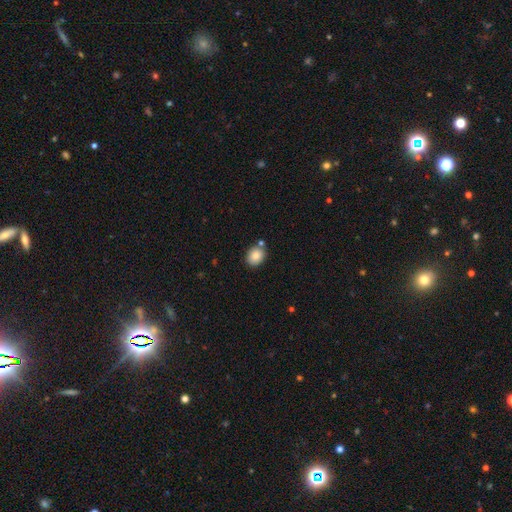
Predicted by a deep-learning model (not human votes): Smooth or featured? smooth (86%)
How rounded? round (57%)
Merging? none (76%)